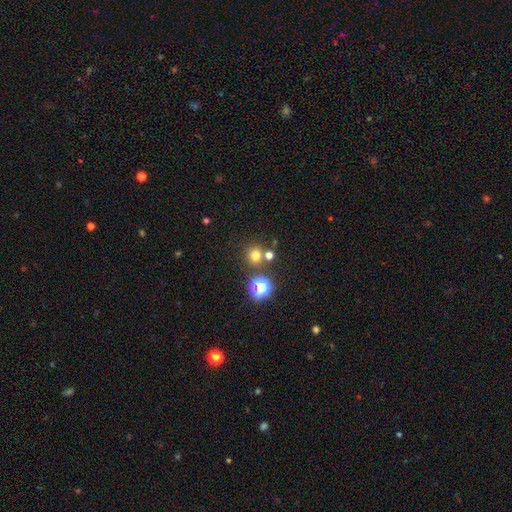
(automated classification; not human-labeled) This appears to be a smooth galaxy with no disk features (70%) that is round (91%). Merging: none (75%).